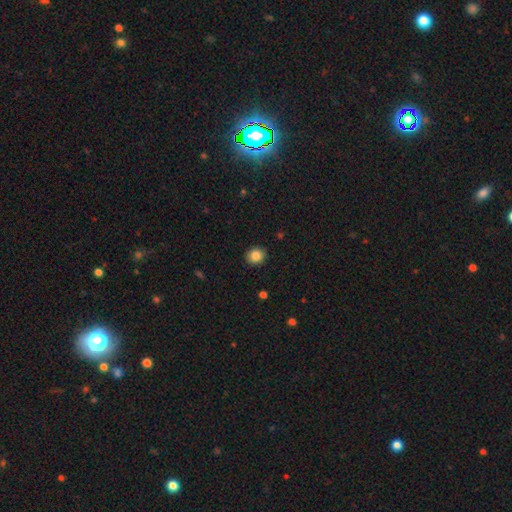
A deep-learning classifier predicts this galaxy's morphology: A smooth galaxy with no disk features (85%) that is round (81%). Merging: none (91%).